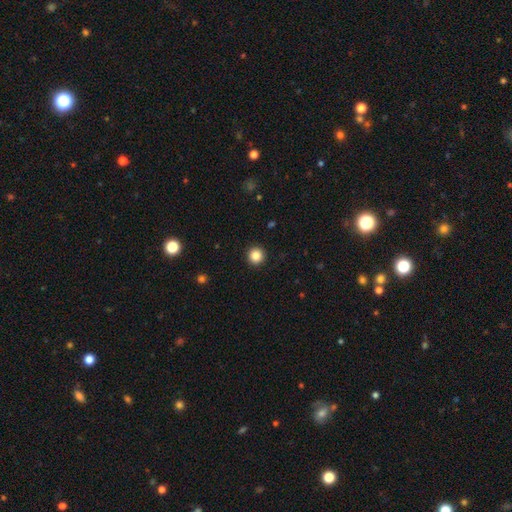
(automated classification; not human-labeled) Smooth or featured: smooth — 85% (star or artifact — 10%)
How rounded: round — 96% (in between — 3%)
Merging: none — 93% (minor disturbance — 4%)